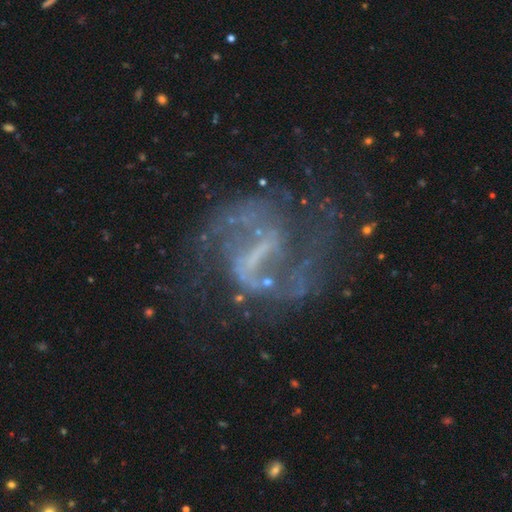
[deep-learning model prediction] Q: Smooth or featured?
A: featured or disk (87%); runner-up: star or artifact (9%)
Q: Edge-on disk?
A: no (98%); runner-up: yes (2%)
Q: Bar?
A: strong (50%); runner-up: weak (38%)
Q: Spiral arms?
A: yes (93%); runner-up: no (7%)
Q: Spiral winding?
A: medium (52%); runner-up: loose (33%)
Q: Spiral arm count?
A: 2 (86%); runner-up: can't tell (6%)
Q: Bulge size?
A: none (53%); runner-up: small (34%)
Q: Merging?
A: none (66%); runner-up: major disturbance (17%)